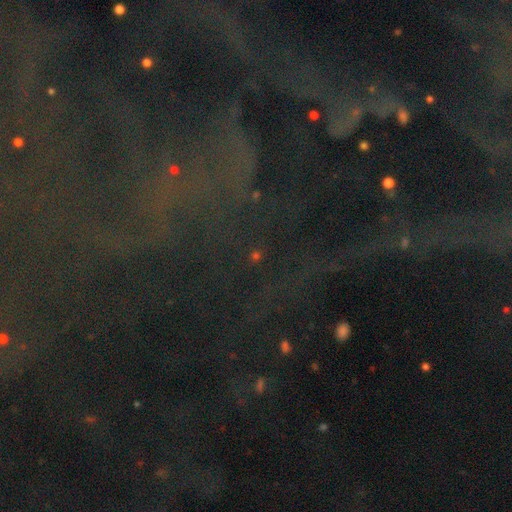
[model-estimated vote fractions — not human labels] The model was most divided on "smooth or featured": star or artifact: 68%, smooth: 21%, featured or disk: 11%.